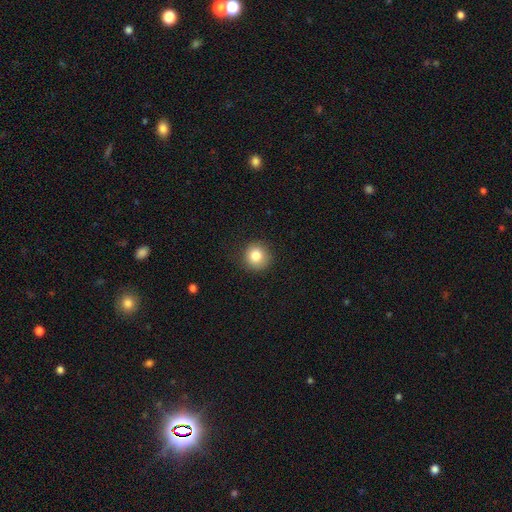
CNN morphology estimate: smooth_or_featured: smooth (p=0.82) [alt: star or artifact p=0.10]
how_rounded: round (p=0.93) [alt: in between p=0.06]
merging: none (p=0.88) [alt: minor disturbance p=0.08]